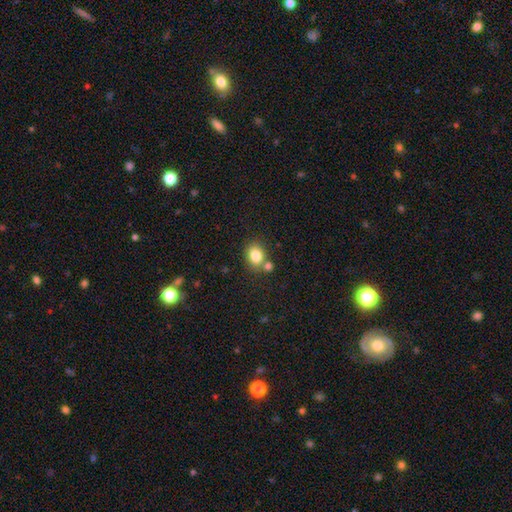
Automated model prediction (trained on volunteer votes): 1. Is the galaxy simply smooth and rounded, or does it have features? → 83% smooth, 10% star or artifact, 7% featured or disk.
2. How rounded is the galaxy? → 50% in between, 49% round, 1% cigar-shaped.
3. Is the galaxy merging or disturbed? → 65% none, 20% merger, 12% minor disturbance, 4% major disturbance.